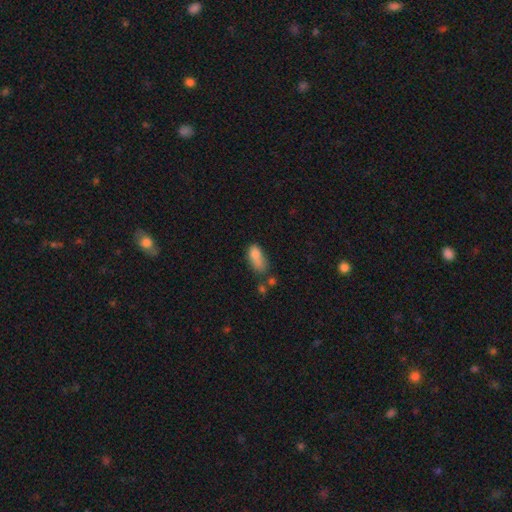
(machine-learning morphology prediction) Smooth or featured? smooth (77%)
How rounded? in between (85%)
Merging? minor disturbance (28%)